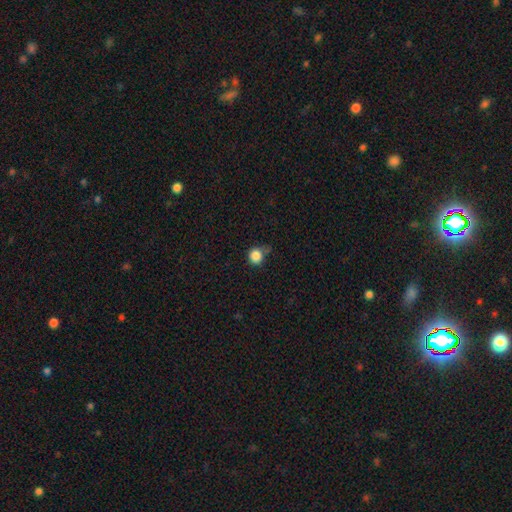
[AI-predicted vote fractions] This appears to be a smooth galaxy with no disk features (85%) that is round (88%). Merging: none (60%).